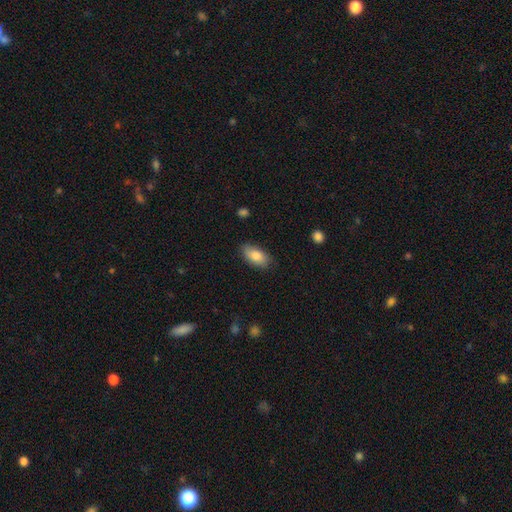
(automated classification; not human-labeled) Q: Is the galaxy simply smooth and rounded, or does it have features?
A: smooth — 84%.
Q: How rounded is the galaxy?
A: in between — 92%.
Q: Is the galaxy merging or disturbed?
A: none — 81%.